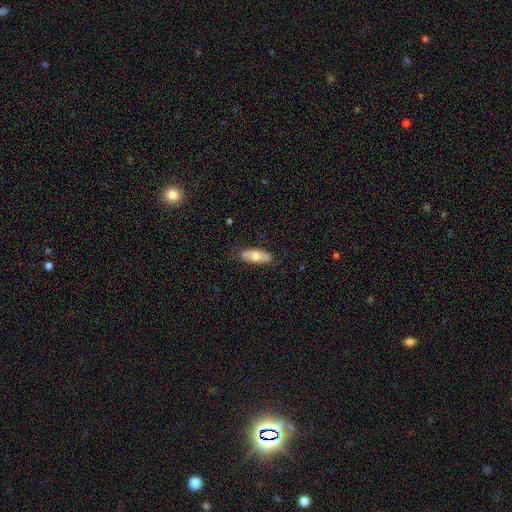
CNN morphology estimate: Smooth or featured: smooth — 62% (featured or disk — 32%)
How rounded: in between — 79% (cigar-shaped — 18%)
Merging: none — 82% (minor disturbance — 14%)